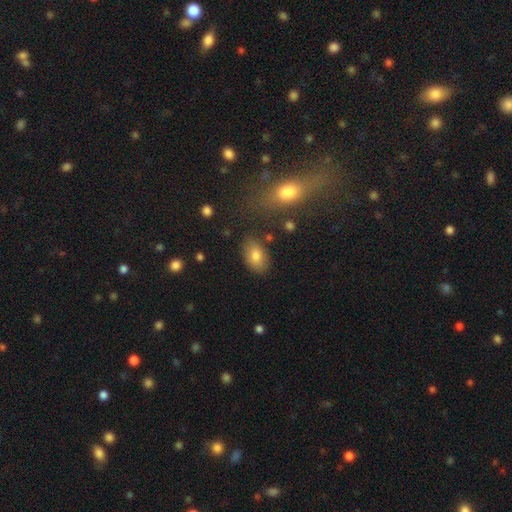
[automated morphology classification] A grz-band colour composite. It shows a smooth galaxy with no disk features (79%) that is in between round and cigar-shaped (88%). Merging: none (81%).